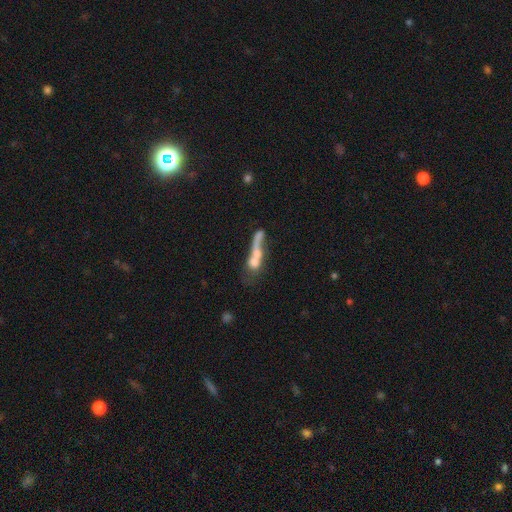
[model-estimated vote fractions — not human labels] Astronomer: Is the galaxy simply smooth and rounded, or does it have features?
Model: smooth — 47% (runner-up: featured or disk, 42%).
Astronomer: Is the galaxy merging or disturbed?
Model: merger — 54%.